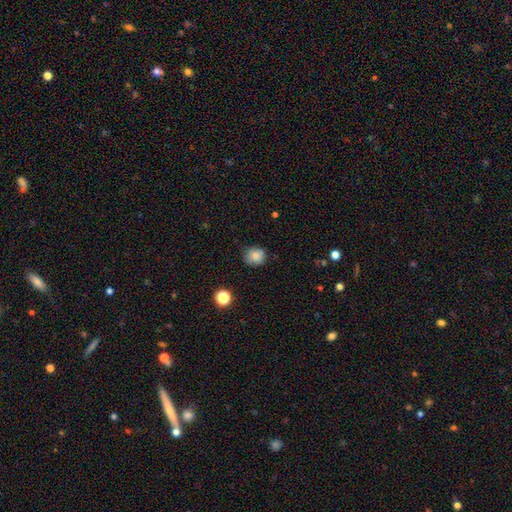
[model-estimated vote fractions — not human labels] Overall: smooth (83%). How rounded: round (81%). Merging: none (80%).